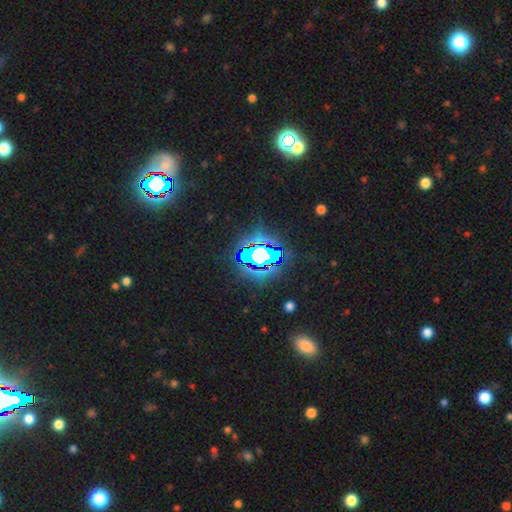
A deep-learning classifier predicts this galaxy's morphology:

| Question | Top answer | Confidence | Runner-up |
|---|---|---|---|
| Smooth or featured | star or artifact | 76% | smooth (13%) |